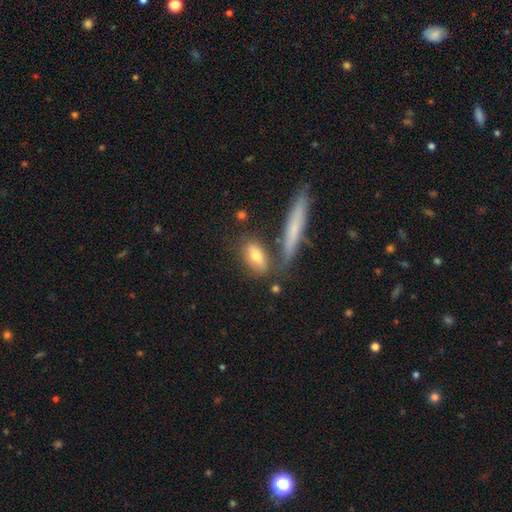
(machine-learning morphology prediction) Smooth or featured: smooth — 70% (featured or disk — 22%)
How rounded: in between — 68% (cigar-shaped — 26%)
Merging: none — 65% (minor disturbance — 16%)